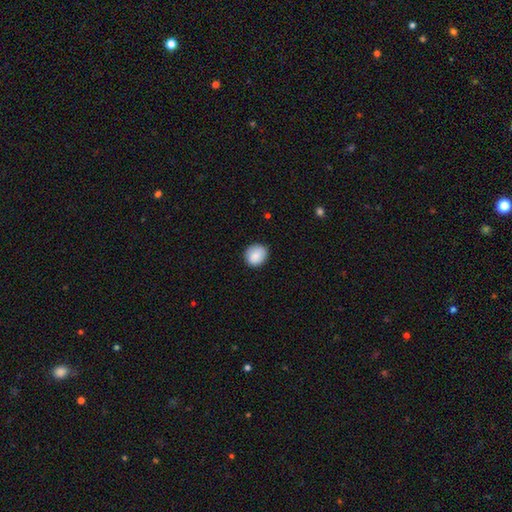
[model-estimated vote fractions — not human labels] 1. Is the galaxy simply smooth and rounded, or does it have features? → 87% smooth, 8% star or artifact, 5% featured or disk.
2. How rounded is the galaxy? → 78% round, 22% in between, 1% cigar-shaped.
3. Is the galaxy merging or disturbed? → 85% none, 12% minor disturbance, 2% major disturbance, 1% merger.